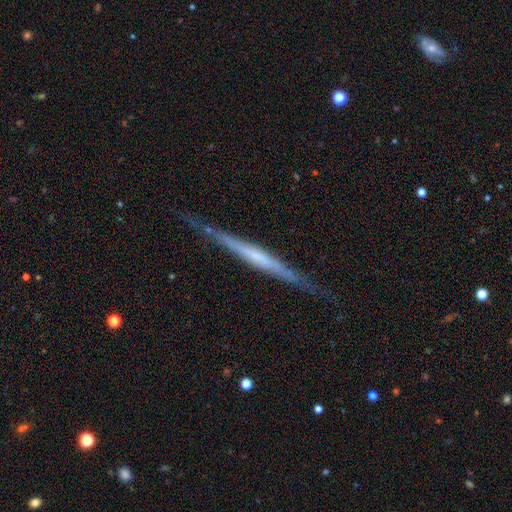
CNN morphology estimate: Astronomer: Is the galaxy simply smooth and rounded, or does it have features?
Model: featured or disk — 73%.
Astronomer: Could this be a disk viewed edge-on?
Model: yes — 97%.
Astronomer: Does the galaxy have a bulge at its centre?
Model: none — 59%.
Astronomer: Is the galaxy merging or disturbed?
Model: none — 83%.